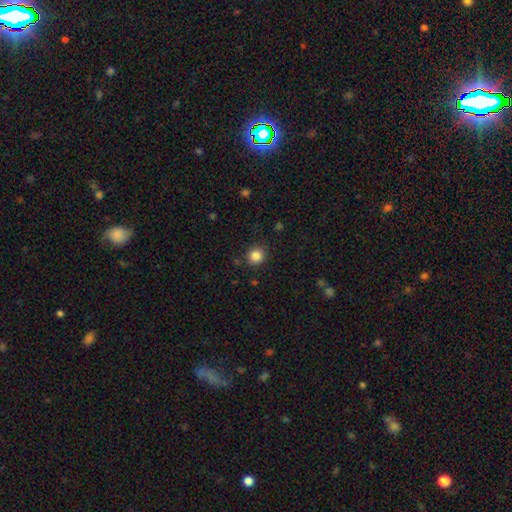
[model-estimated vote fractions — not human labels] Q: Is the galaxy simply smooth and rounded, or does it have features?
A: smooth — 85%.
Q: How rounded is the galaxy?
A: round — 89%.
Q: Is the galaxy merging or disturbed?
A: none — 89%.